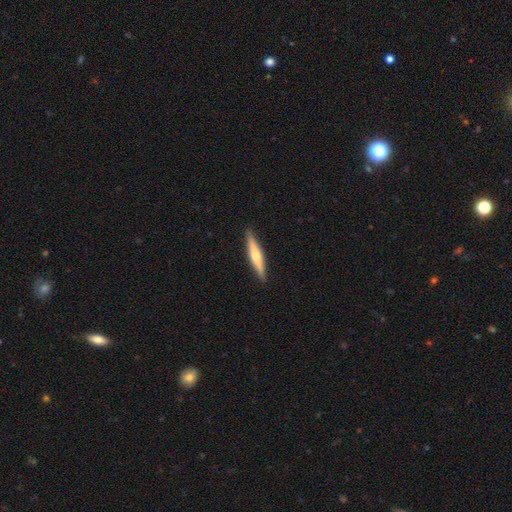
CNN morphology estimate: Smooth or featured? featured or disk (50%)
Edge-on disk? yes (97%)
Merging? none (91%)